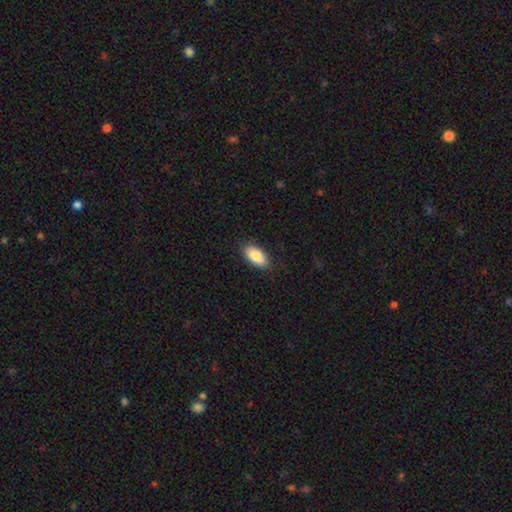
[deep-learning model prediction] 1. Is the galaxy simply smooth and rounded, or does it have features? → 85% smooth, 9% featured or disk, 6% star or artifact.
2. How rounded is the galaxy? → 92% in between, 5% cigar-shaped, 3% round.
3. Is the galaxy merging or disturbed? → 87% none, 10% minor disturbance, 2% major disturbance, 1% merger.